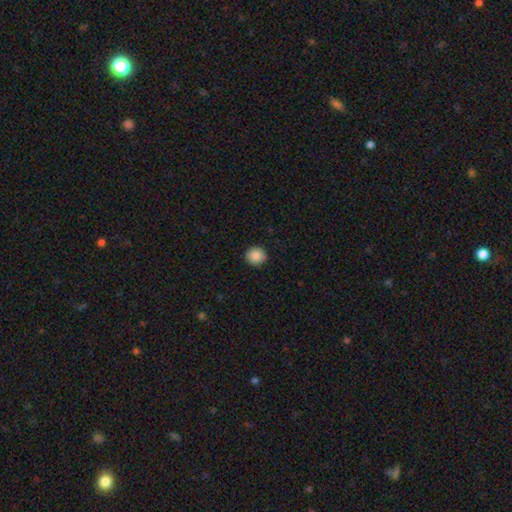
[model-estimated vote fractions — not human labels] This is clearly a smooth galaxy (88%). How rounded: clearly round (90%). Merging: clearly none (91%).